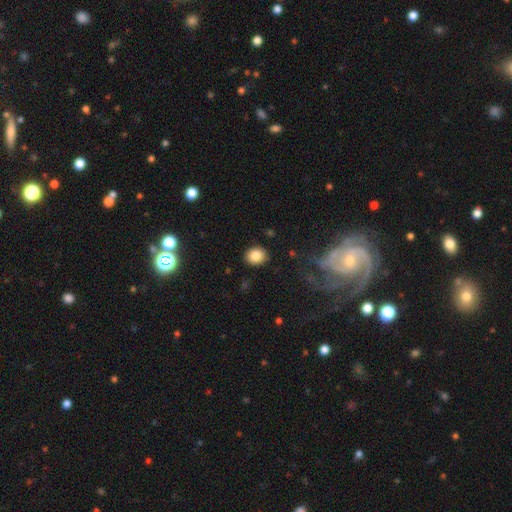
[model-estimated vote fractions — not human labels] A smooth galaxy with no disk features (84%) that is round (63%). Merging: none (88%).